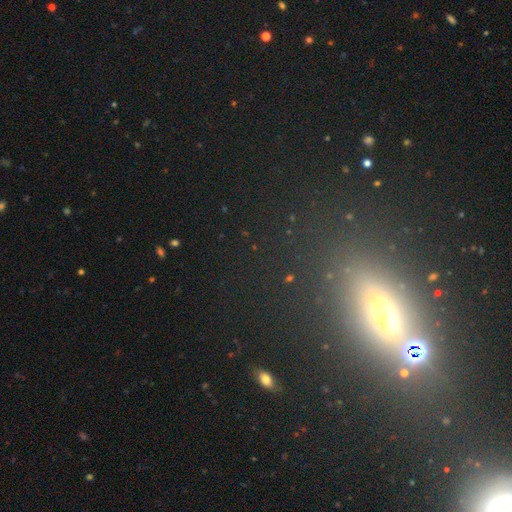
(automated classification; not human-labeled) smooth_or_featured: star or artifact (p=0.39) [alt: smooth p=0.32]